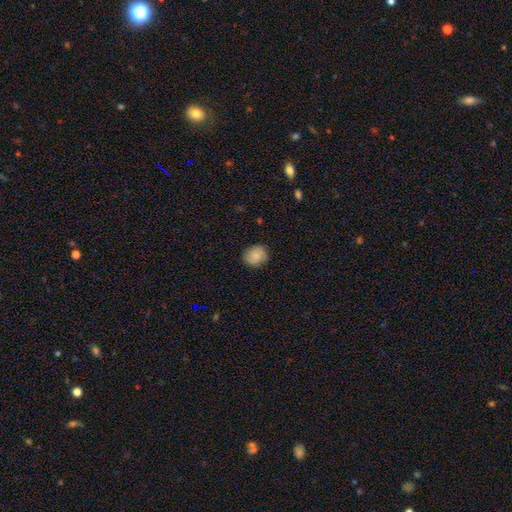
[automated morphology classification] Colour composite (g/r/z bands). It shows a smooth galaxy with no disk features (83%) that is round (69%). Merging: none (83%).